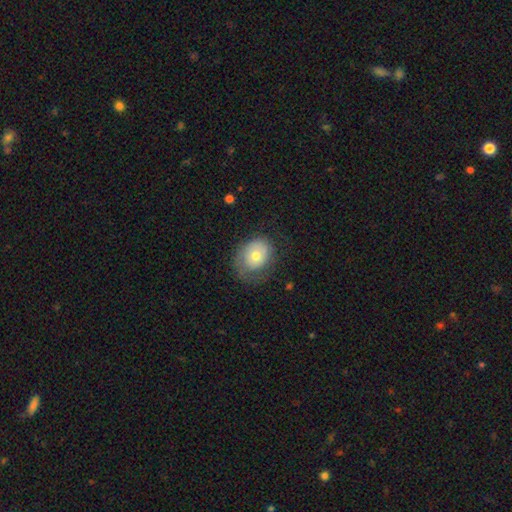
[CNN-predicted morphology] Q: Smooth or featured?
A: smooth (60%); runner-up: featured or disk (32%)
Q: How rounded?
A: round (54%); runner-up: in between (45%)
Q: Merging?
A: none (54%); runner-up: minor disturbance (25%)